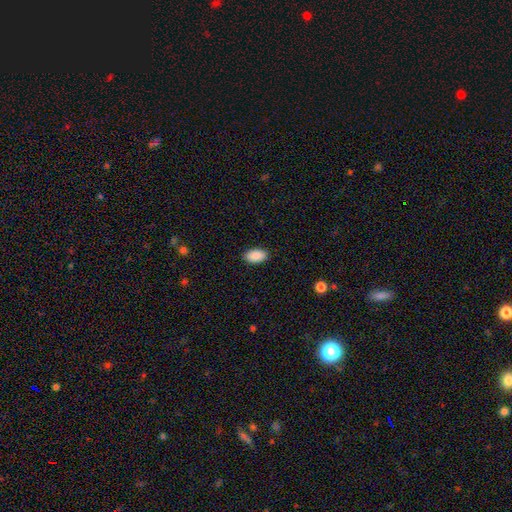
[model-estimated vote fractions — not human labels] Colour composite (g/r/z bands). It shows a smooth galaxy with no disk features (90%) that is in between round and cigar-shaped (95%). Merging: none (90%).